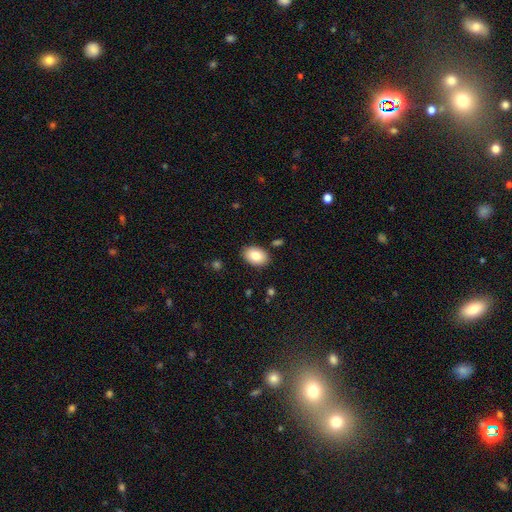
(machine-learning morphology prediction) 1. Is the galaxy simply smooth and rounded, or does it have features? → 84% smooth, 9% featured or disk, 7% star or artifact.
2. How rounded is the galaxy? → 84% in between, 15% round, 1% cigar-shaped.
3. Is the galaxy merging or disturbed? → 86% none, 10% minor disturbance, 2% major disturbance, 2% merger.